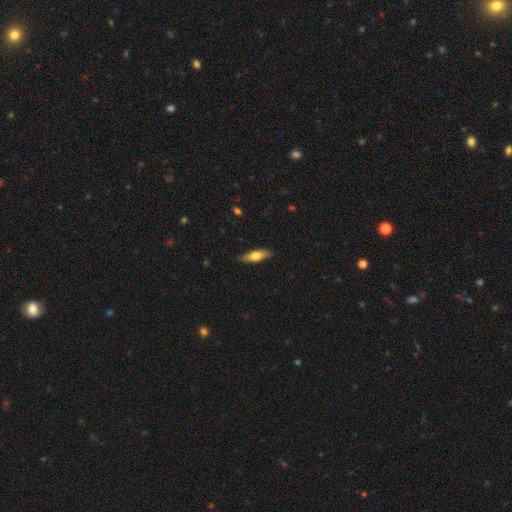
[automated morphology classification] Smooth or featured: smooth — 66% (featured or disk — 28%)
How rounded: in between — 53% (cigar-shaped — 45%)
Merging: none — 86% (minor disturbance — 11%)